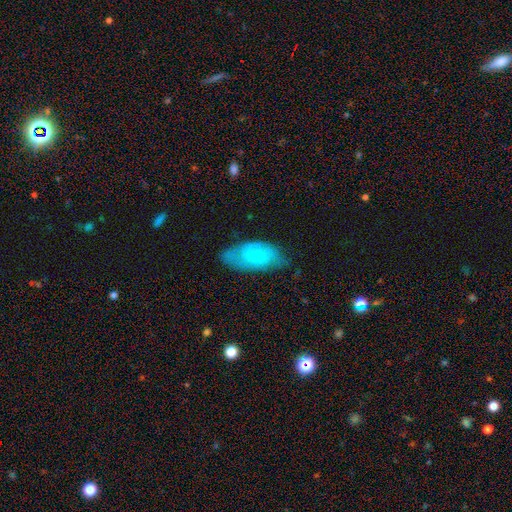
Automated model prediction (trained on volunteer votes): Smooth or featured?
  - featured or disk: 56% *
  - smooth: 37%
  - star or artifact: 7%
Edge-on disk?
  - no: 94% *
  - yes: 6%
Bar?
  - no: 53% *
  - weak: 40%
  - strong: 7%
Spiral arms?
  - yes: 82% *
  - no: 18%
Bulge size?
  - small: 61% *
  - none: 22%
  - moderate: 15%
  - large: 1%
  - dominant: 1%
Merging?
  - none: 62% *
  - minor disturbance: 27%
  - major disturbance: 8%
  - merger: 2%